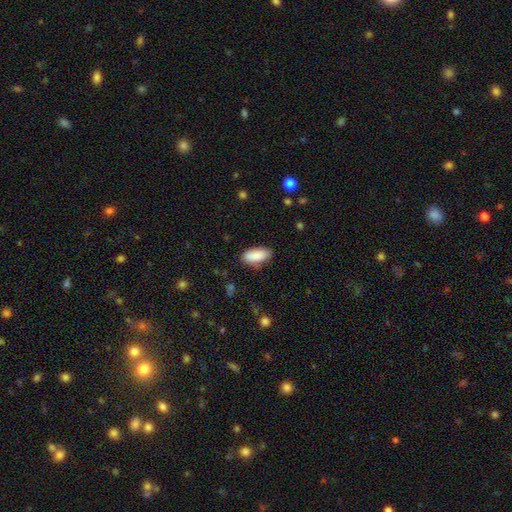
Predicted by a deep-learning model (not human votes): A smooth galaxy with no disk features (89%) that is in between round and cigar-shaped (90%).

Vote fractions:
- Smooth or featured? smooth: 89% / star or artifact: 6% / featured or disk: 5%
- How rounded? in between: 90% / cigar-shaped: 8% / round: 2%
- Merging? none: 81% / minor disturbance: 15% / major disturbance: 3% / merger: 2%